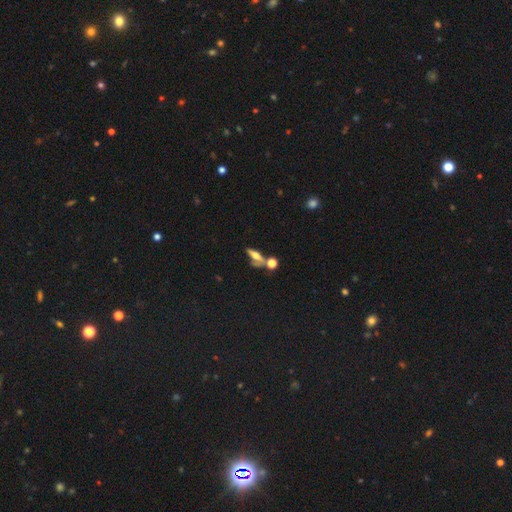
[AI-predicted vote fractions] This appears to be a featured or disk galaxy (45%). Merging: none (46%).